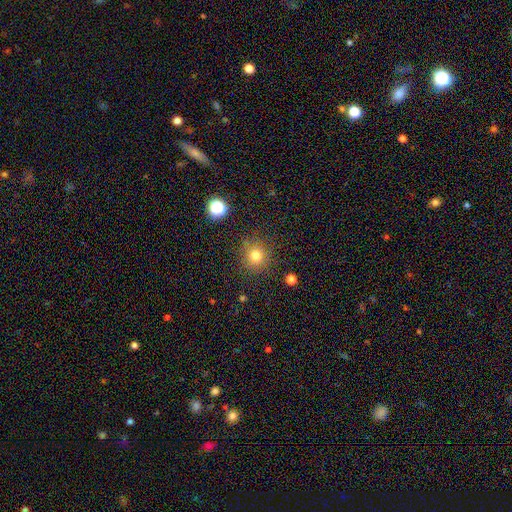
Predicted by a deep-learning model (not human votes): Smooth or featured?
  - smooth: 78% *
  - star or artifact: 15%
  - featured or disk: 7%
How rounded?
  - round: 92% *
  - in between: 7%
  - cigar-shaped: 1%
Merging?
  - none: 87% *
  - minor disturbance: 8%
  - major disturbance: 3%
  - merger: 2%